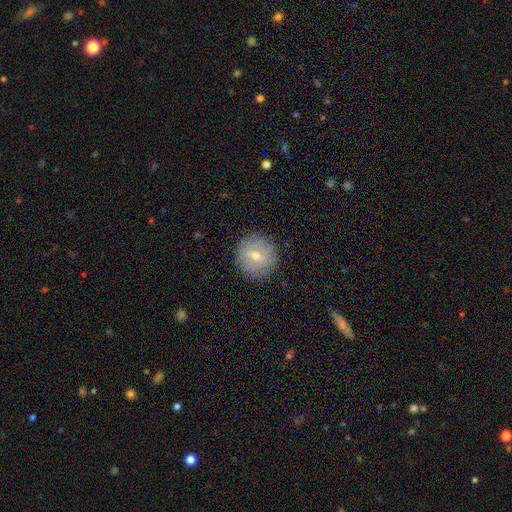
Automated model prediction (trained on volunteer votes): This is possibly a featured or disk galaxy (51%). It is clearly not viewed edge-on (93%). Merging: clearly none (86%).